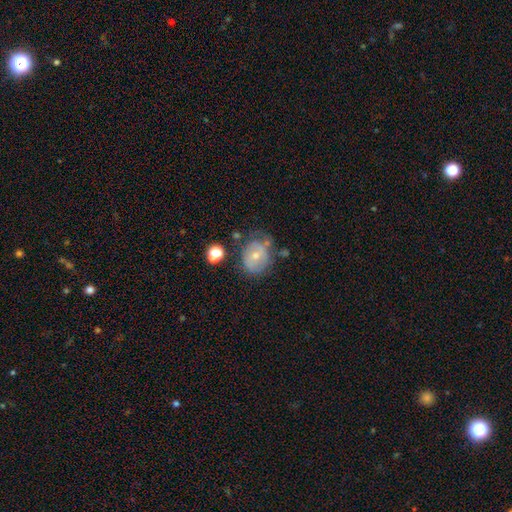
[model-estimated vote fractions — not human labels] Smooth or featured?
  - smooth: 49% *
  - featured or disk: 41%
  - star or artifact: 10%
Merging?
  - none: 49% *
  - minor disturbance: 28%
  - major disturbance: 14%
  - merger: 8%